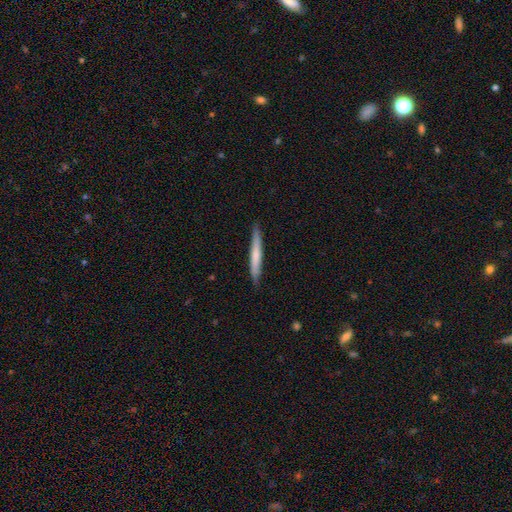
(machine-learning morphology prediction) smooth-or-featured: smooth: 63% | featured or disk: 32% | star or artifact: 5%
  how-rounded: cigar-shaped: 96% | in between: 3% | round: 1%
  merging: none: 87% | minor disturbance: 11% | major disturbance: 2% | merger: 1%